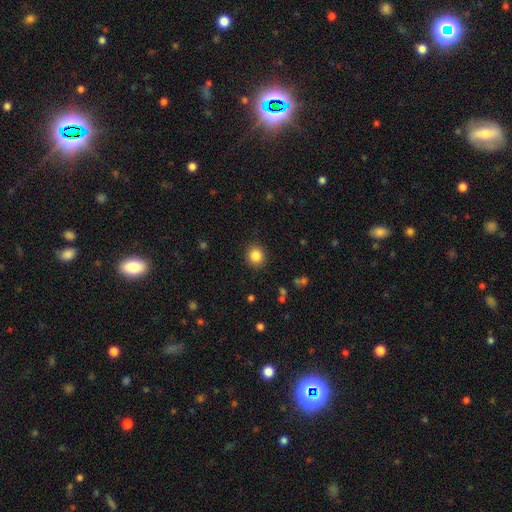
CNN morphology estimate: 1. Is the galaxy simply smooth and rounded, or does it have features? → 85% smooth, 10% star or artifact, 5% featured or disk.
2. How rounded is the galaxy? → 87% round, 12% in between, 1% cigar-shaped.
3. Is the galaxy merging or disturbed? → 90% none, 7% minor disturbance, 3% major disturbance, 1% merger.